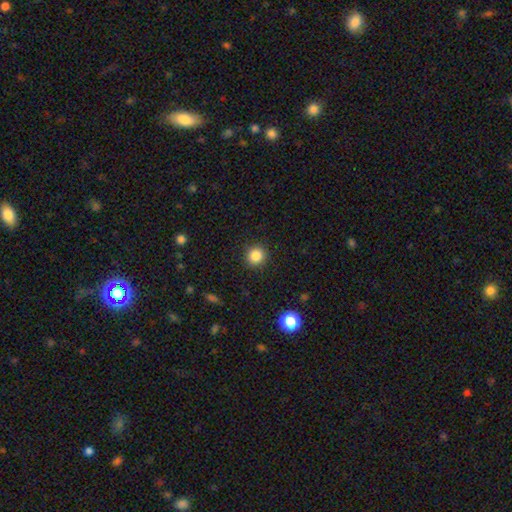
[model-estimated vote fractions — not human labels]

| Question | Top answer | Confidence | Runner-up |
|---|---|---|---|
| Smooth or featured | smooth | 85% | star or artifact (11%) |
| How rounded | round | 93% | in between (6%) |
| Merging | none | 92% | minor disturbance (5%) |